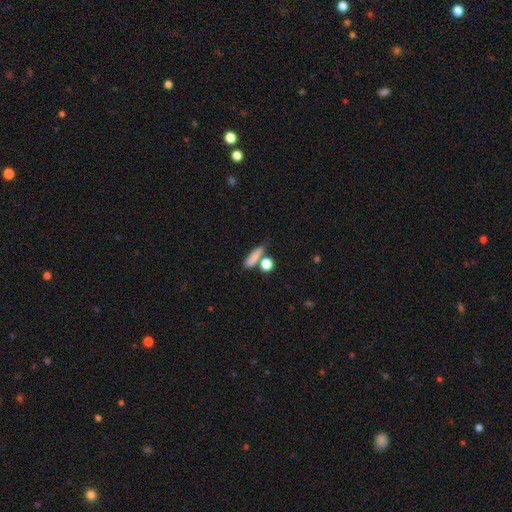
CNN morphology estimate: This appears to be a smooth galaxy with no disk features (78%) that is cigar-shaped (42%). Merging: none (56%).